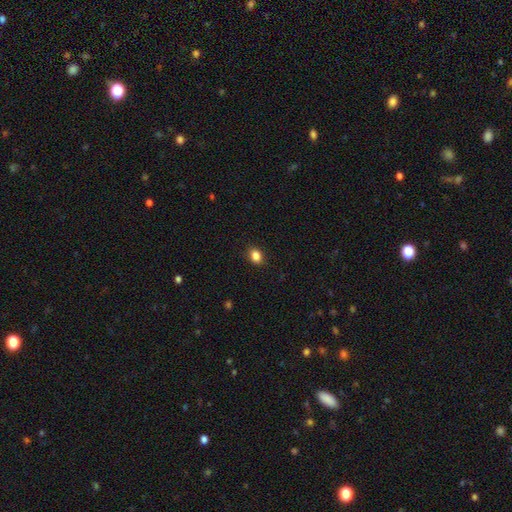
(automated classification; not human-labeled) This appears to be a smooth galaxy with no disk features (86%) that is in between round and cigar-shaped (63%). Merging: none (89%).